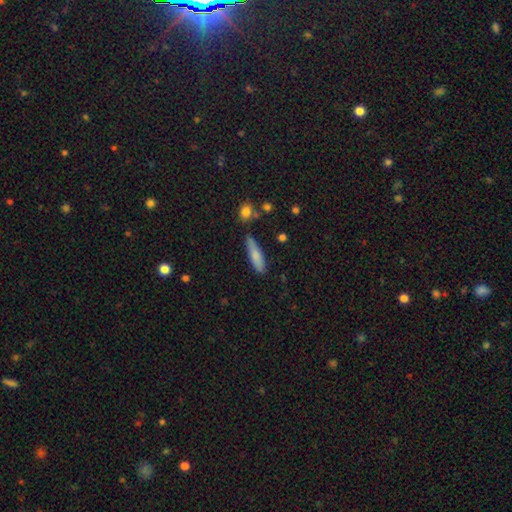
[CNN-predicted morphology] The model was most divided on "how rounded": cigar-shaped: 68%, in between: 30%, round: 2%. More confident: smooth or featured — smooth (79%); merging — none (77%).